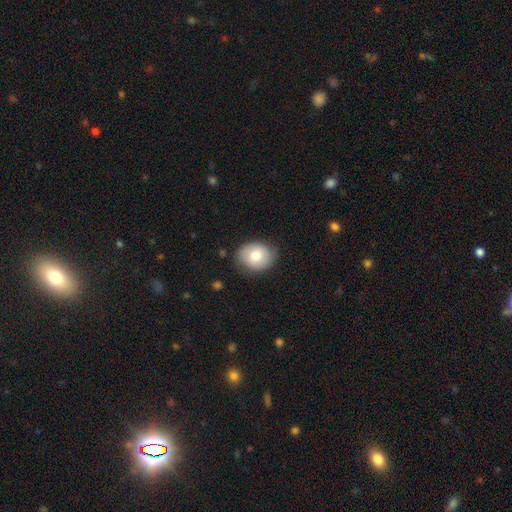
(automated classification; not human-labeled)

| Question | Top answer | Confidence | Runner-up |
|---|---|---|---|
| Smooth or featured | smooth | 77% | featured or disk (16%) |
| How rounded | in between | 50% | round (49%) |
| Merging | none | 80% | minor disturbance (16%) |